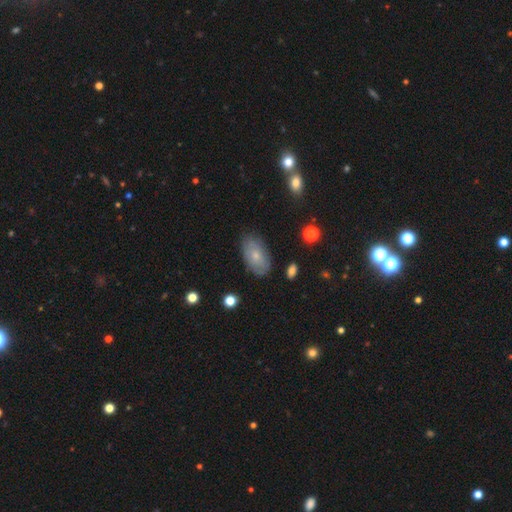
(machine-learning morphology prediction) smooth 60%, featured or disk 32%, star or artifact 8%. Down the decision tree: how rounded — in between (93%); merging — none (80%).